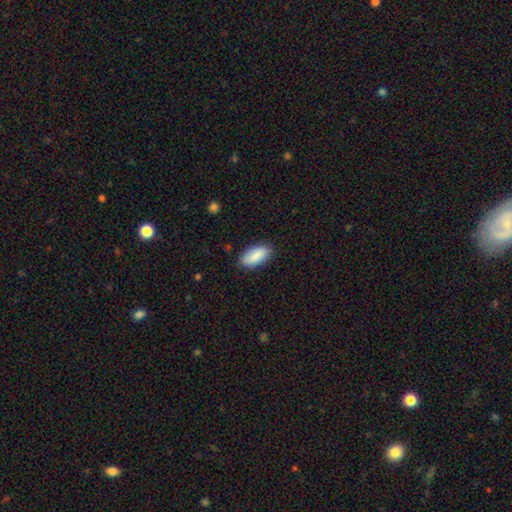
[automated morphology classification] smooth 89%, star or artifact 6%, featured or disk 5%. Down the decision tree: how rounded — in between (89%); merging — none (84%).